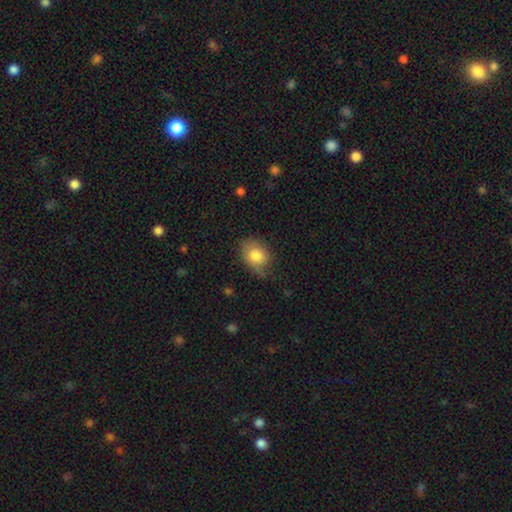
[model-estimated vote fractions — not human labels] A smooth galaxy with no disk features (82%) that is in between round and cigar-shaped (61%).

Vote fractions:
- Smooth or featured? smooth: 82% / featured or disk: 10% / star or artifact: 8%
- How rounded? in between: 61% / round: 38% / cigar-shaped: 1%
- Merging? none: 62% / minor disturbance: 29% / major disturbance: 7% / merger: 2%